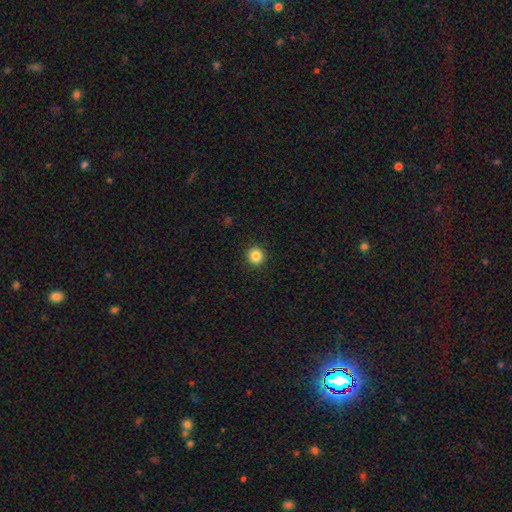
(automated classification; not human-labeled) Smooth or featured? Predicted: smooth (p=0.85). How rounded? Predicted: round (p=0.94). Merging? Predicted: none (p=0.93).